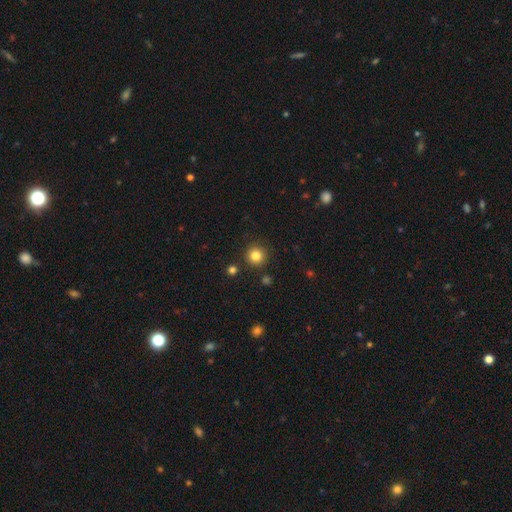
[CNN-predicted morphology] Smooth or featured?
  - smooth: 83% *
  - star or artifact: 11%
  - featured or disk: 5%
How rounded?
  - round: 94% *
  - in between: 5%
  - cigar-shaped: 1%
Merging?
  - none: 88% *
  - minor disturbance: 7%
  - merger: 3%
  - major disturbance: 2%